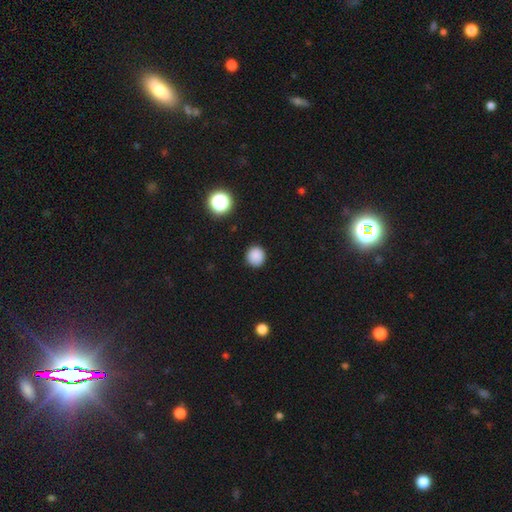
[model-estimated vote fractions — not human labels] Smooth or featured? smooth (86%)
How rounded? round (91%)
Merging? none (90%)